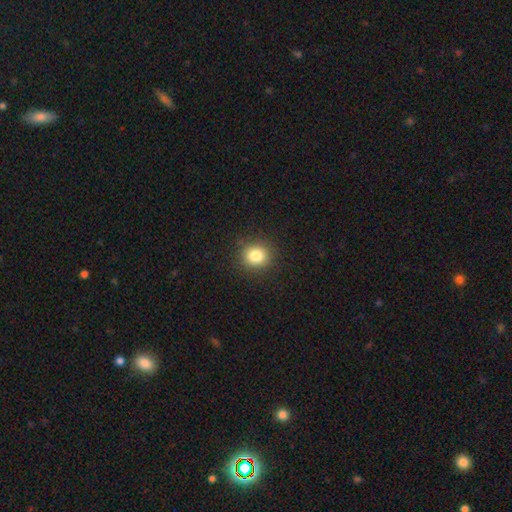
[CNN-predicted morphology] Smooth or featured?
  - smooth: 83% *
  - star or artifact: 11%
  - featured or disk: 6%
How rounded?
  - round: 83% *
  - in between: 16%
  - cigar-shaped: 1%
Merging?
  - none: 89% *
  - minor disturbance: 7%
  - major disturbance: 2%
  - merger: 1%